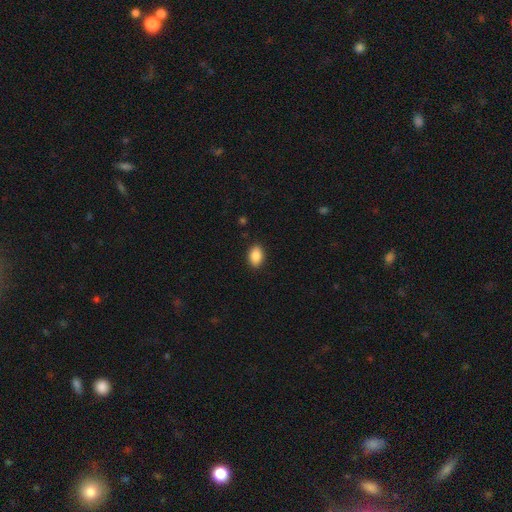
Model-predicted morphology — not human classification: Smooth or featured: smooth — 89% (star or artifact — 8%)
How rounded: in between — 86% (round — 13%)
Merging: none — 89% (minor disturbance — 8%)